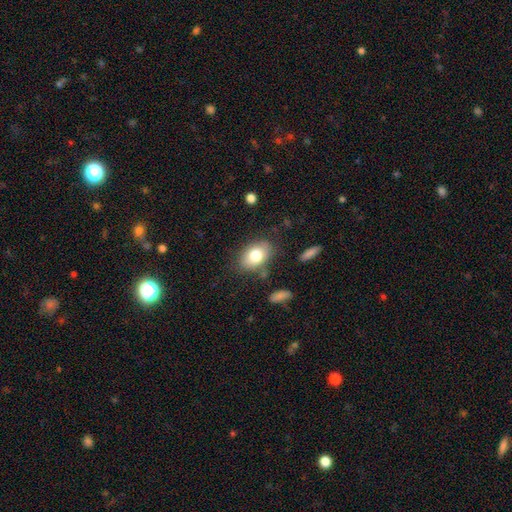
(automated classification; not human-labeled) Smooth or featured: smooth — 77% (featured or disk — 15%)
How rounded: in between — 85% (round — 14%)
Merging: none — 77% (minor disturbance — 15%)